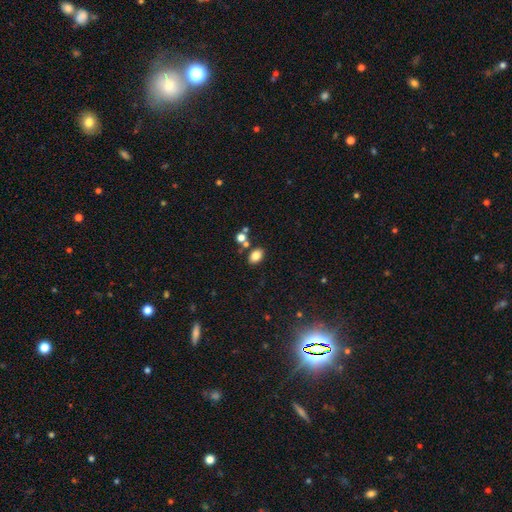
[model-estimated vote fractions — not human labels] Morphology: type=smooth (81%); roundness=in between (81%); merging=none (76%).